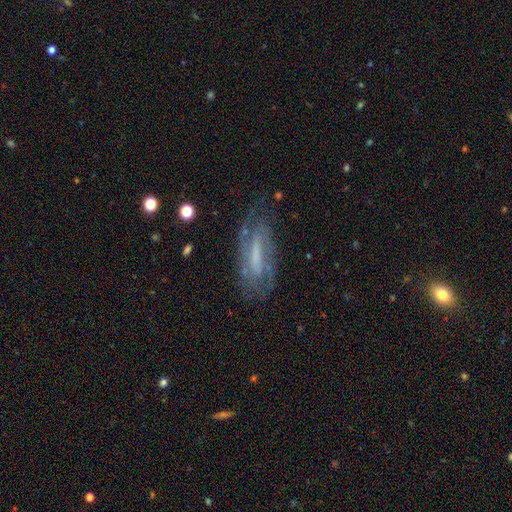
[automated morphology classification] smooth-or-featured: featured or disk: 67% | smooth: 23% | star or artifact: 10%
  disk-edge-on: no: 80% | yes: 20%
    bar: strong: 41% | weak: 39% | no: 21%
    has-spiral-arms: yes: 79% | no: 21%
    bulge-size: none: 40% | small: 29% | moderate: 24% | large: 6% | dominant: 1%
  merging: none: 67% | minor disturbance: 20% | major disturbance: 11% | merger: 2%